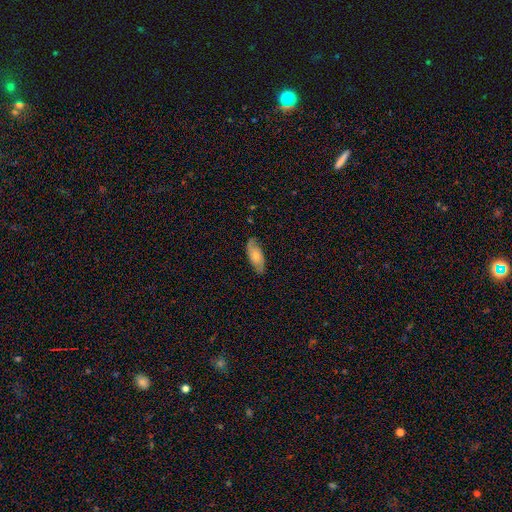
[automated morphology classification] Smooth or featured?
  - featured or disk: 49% *
  - smooth: 45%
  - star or artifact: 6%
Merging?
  - none: 79% *
  - minor disturbance: 16%
  - major disturbance: 4%
  - merger: 1%